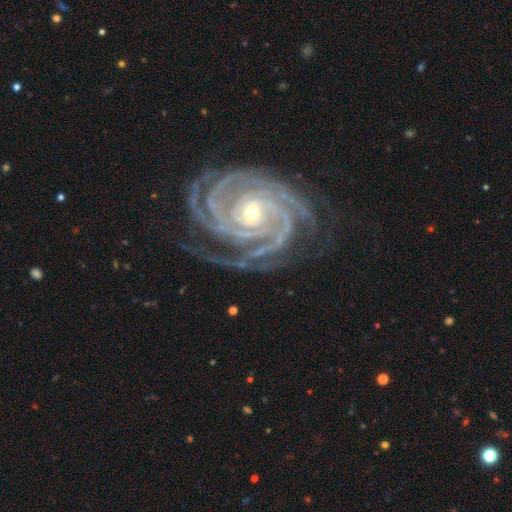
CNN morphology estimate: The model was most divided on "spiral arm count": 4: 31%, 3: 26%, more than 4: 14%, 2: 11%, can't tell: 10%, 1: 8%. More confident: spiral arms — yes (99%); edge-on disk — no (98%); smooth or featured — featured or disk (93%); spiral winding — tight (82%); merging — none (76%); bar — no (60%); bulge size — small (54%).